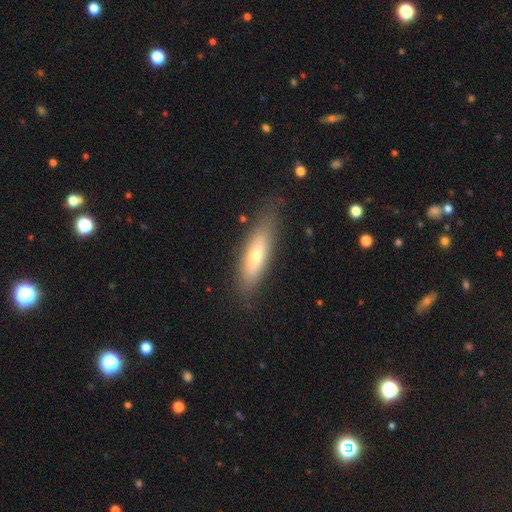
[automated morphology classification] The model was most divided on "how rounded": cigar-shaped: 59%, in between: 39%, round: 2%. More confident: merging — none (78%); smooth or featured — smooth (59%).